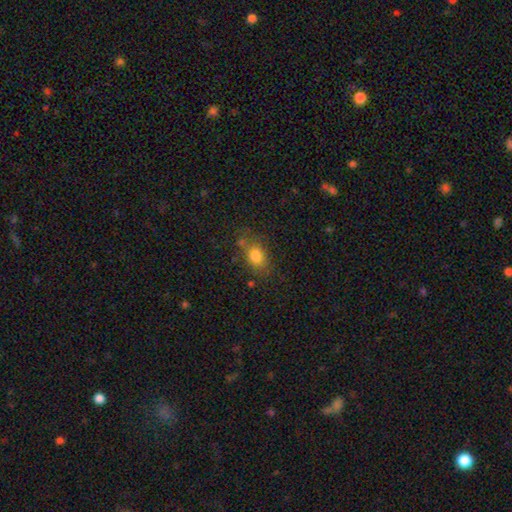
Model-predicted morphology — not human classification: smooth 80%, star or artifact 11%, featured or disk 10%. Down the decision tree: how rounded — in between (63%); merging — none (68%).